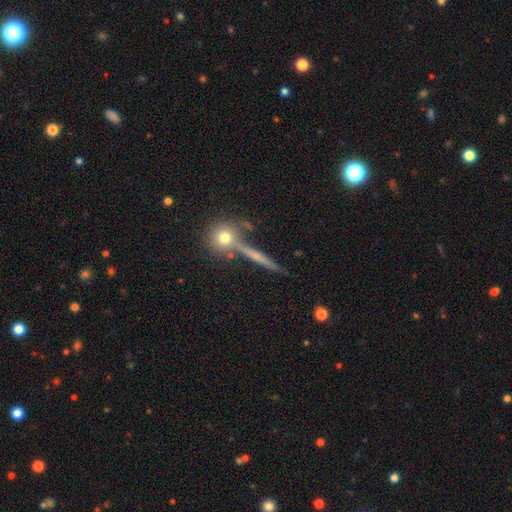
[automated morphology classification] smooth-or-featured: featured or disk: 49% | smooth: 41% | star or artifact: 10%
  merging: none: 77% | minor disturbance: 11% | merger: 9% | major disturbance: 4%